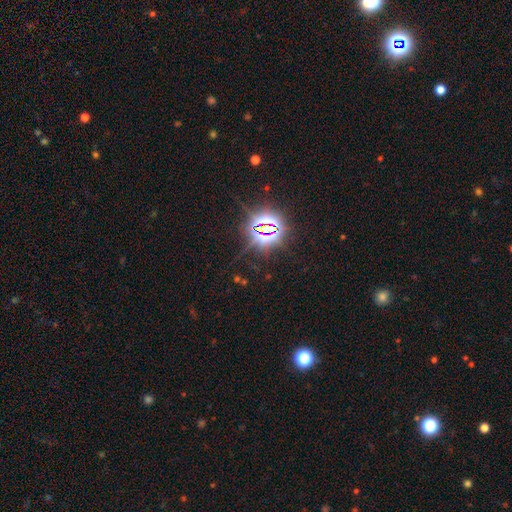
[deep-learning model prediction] star or artifact 81%, smooth 12%, featured or disk 7%.